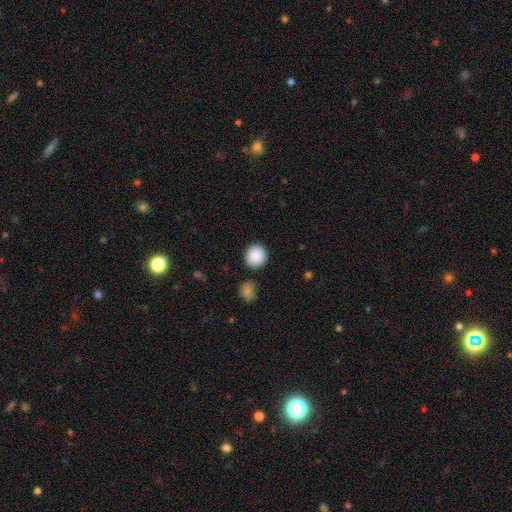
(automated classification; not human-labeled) A smooth galaxy with no disk features (89%) that is round (87%). Merging: none (87%).